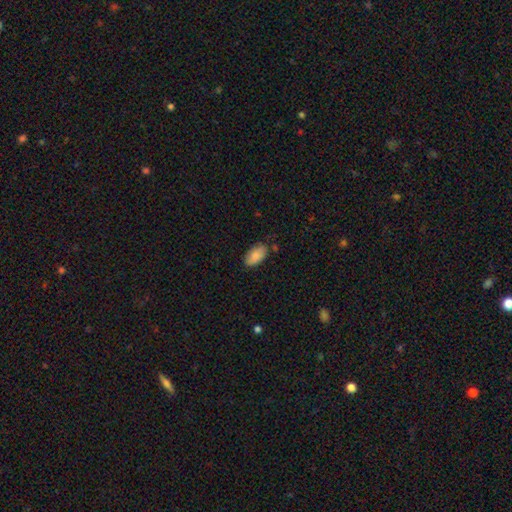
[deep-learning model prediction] Smooth or featured? Predicted: smooth (p=0.87). How rounded? Predicted: in between (p=0.94). Merging? Predicted: none (p=0.76).